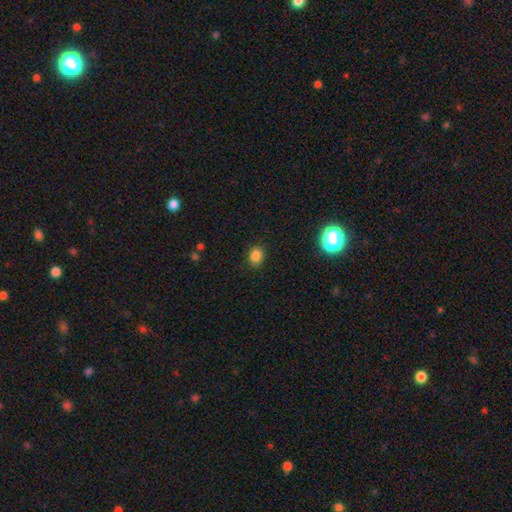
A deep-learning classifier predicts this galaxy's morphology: The model was most divided on "how rounded": round: 53%, in between: 46%, cigar-shaped: 1%. More confident: merging — none (87%); smooth or featured — smooth (83%).